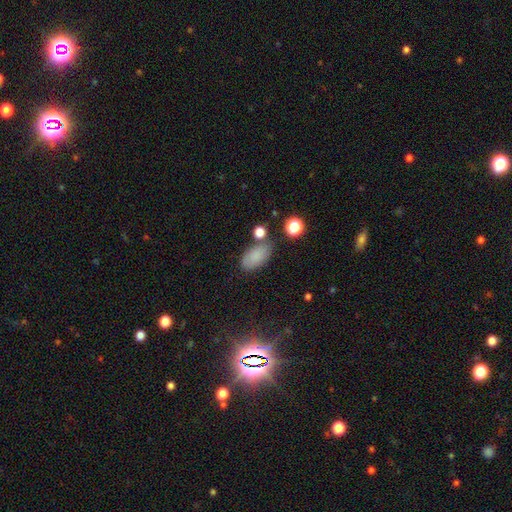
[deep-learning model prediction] Smooth or featured?
  - smooth: 82% *
  - star or artifact: 11%
  - featured or disk: 7%
How rounded?
  - in between: 92% *
  - round: 5%
  - cigar-shaped: 3%
Merging?
  - none: 70% *
  - minor disturbance: 17%
  - merger: 8%
  - major disturbance: 5%